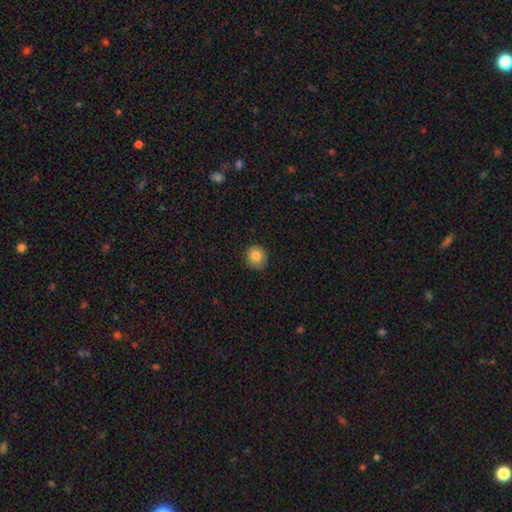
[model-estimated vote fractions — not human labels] Smooth or featured? Predicted: smooth (p=0.83). How rounded? Predicted: round (p=0.88). Merging? Predicted: none (p=0.82).